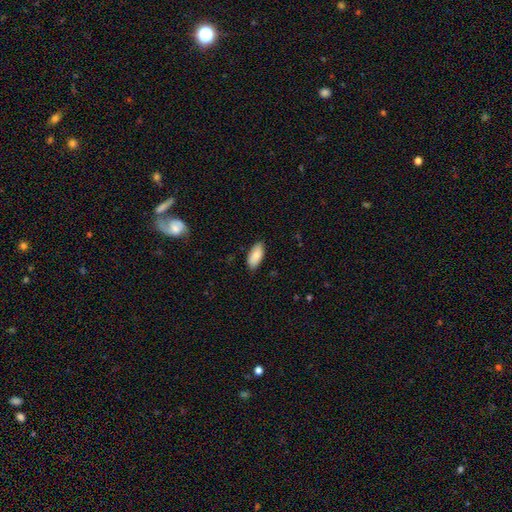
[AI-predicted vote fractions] This appears to be a smooth galaxy with no disk features (84%) that is in between round and cigar-shaped (91%). Merging: none (85%).